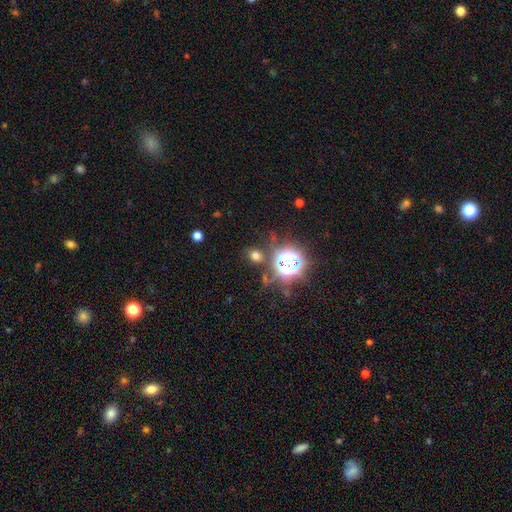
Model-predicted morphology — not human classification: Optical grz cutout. It shows a smooth galaxy with no disk features (57%) that is in between round and cigar-shaped (54%). Merging: none (81%).